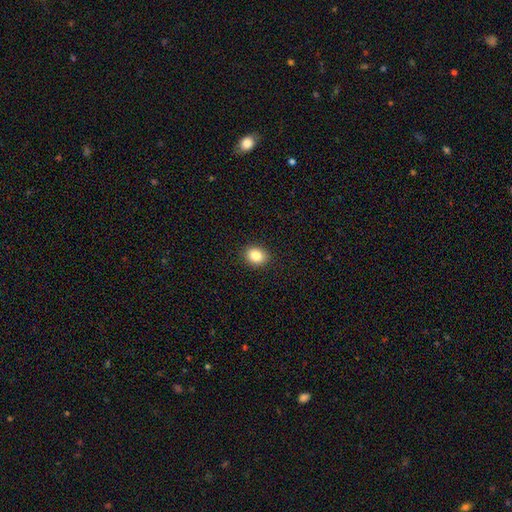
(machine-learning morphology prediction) The model was most divided on "how rounded": round: 56%, in between: 43%, cigar-shaped: 1%. More confident: merging — none (91%); smooth or featured — smooth (84%).